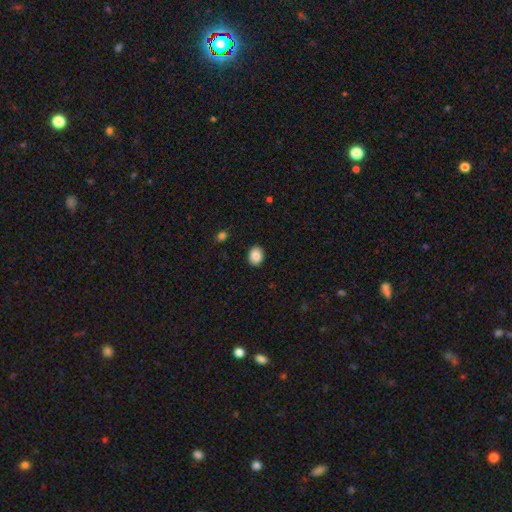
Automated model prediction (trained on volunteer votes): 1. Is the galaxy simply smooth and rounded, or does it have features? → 87% smooth, 8% star or artifact, 5% featured or disk.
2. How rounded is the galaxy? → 52% in between, 48% round, 1% cigar-shaped.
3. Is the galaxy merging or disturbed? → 91% none, 7% minor disturbance, 2% major disturbance, 1% merger.